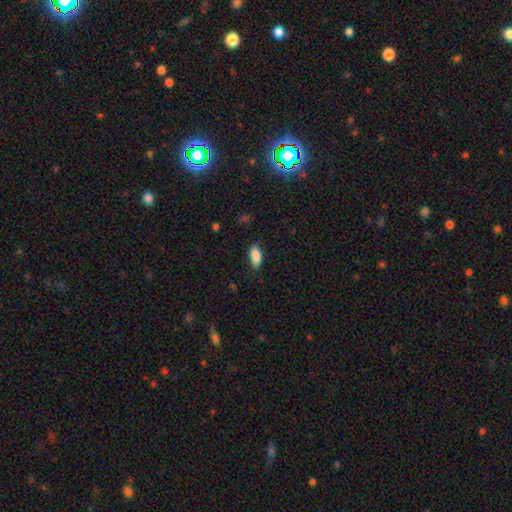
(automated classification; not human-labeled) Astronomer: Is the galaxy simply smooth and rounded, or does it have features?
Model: smooth — 88%.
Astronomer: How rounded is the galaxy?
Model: in between — 90%.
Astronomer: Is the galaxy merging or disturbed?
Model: none — 81%.